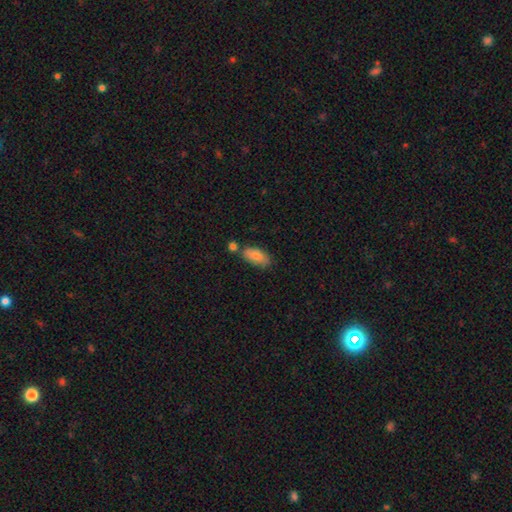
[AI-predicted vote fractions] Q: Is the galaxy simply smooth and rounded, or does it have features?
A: smooth — 82%.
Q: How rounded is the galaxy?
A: in between — 90%.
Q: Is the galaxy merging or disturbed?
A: none — 64%.